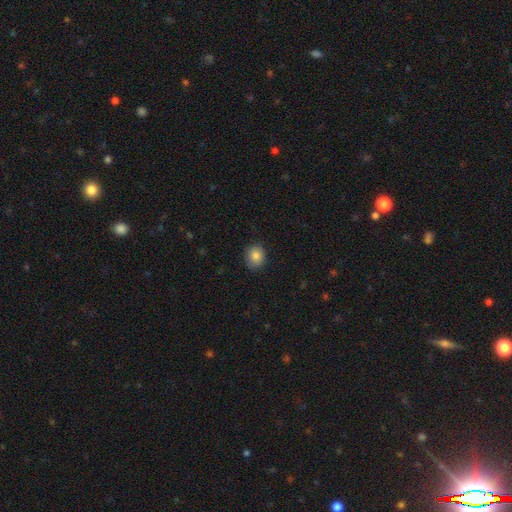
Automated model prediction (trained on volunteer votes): Smooth or featured: smooth — 84% (star or artifact — 9%)
How rounded: round — 76% (in between — 23%)
Merging: none — 85% (minor disturbance — 11%)